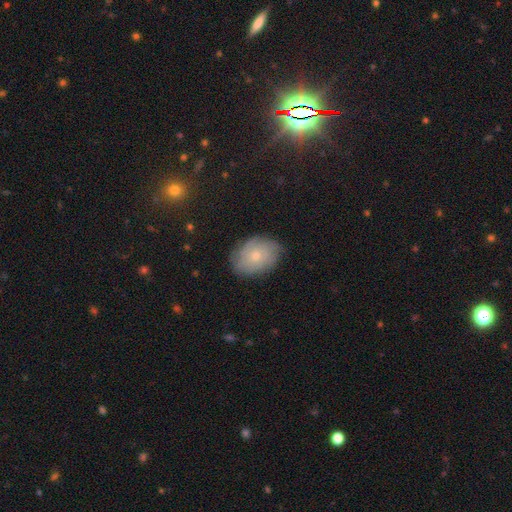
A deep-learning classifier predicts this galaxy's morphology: smooth 60%, featured or disk 32%, star or artifact 9%. Down the decision tree: how rounded — in between (76%); merging — none (76%).